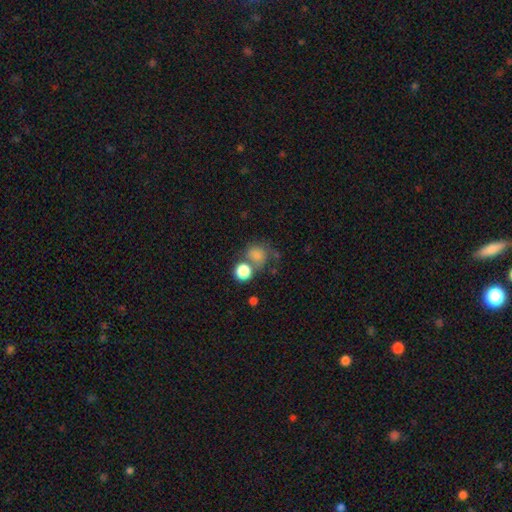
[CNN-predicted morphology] Smooth or featured: smooth — 74% (star or artifact — 15%)
How rounded: round — 76% (in between — 23%)
Merging: none — 45% (merger — 31%)